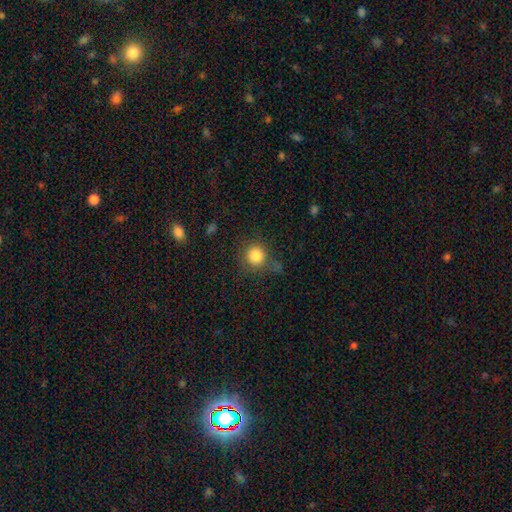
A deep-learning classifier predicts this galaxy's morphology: Smooth or featured?
  - smooth: 84% *
  - star or artifact: 11%
  - featured or disk: 6%
How rounded?
  - round: 92% *
  - in between: 7%
  - cigar-shaped: 1%
Merging?
  - none: 75% *
  - minor disturbance: 15%
  - major disturbance: 6%
  - merger: 5%